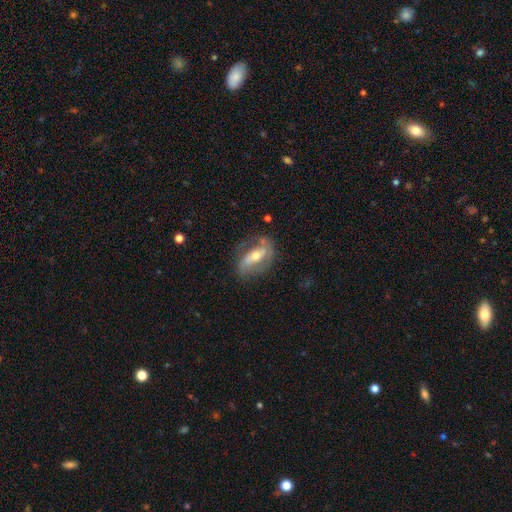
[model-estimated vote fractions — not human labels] This appears to be a featured or disk galaxy (73%) with a strong bar (48%), spiral arms (76%) and a moderate central bulge (61%). Merging: none (66%).